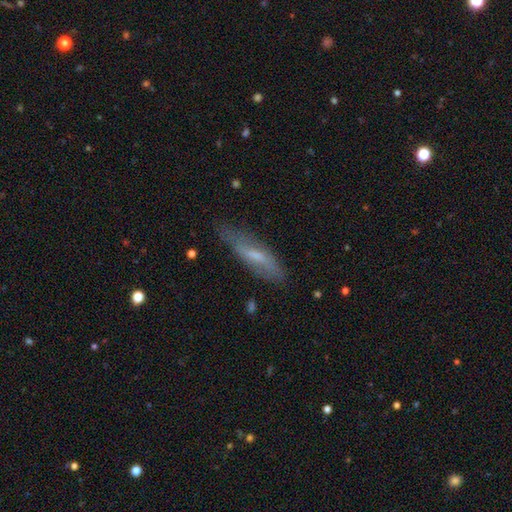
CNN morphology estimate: Q: Smooth or featured?
A: smooth (47%); runner-up: featured or disk (46%)
Q: Merging?
A: none (71%); runner-up: minor disturbance (21%)